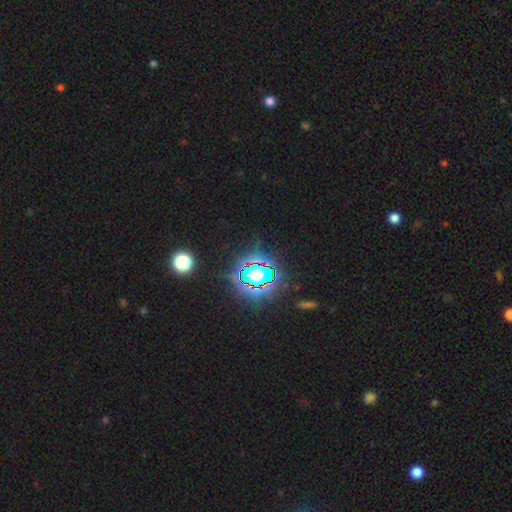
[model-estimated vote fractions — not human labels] Smooth or featured? Predicted: star or artifact (p=0.84).